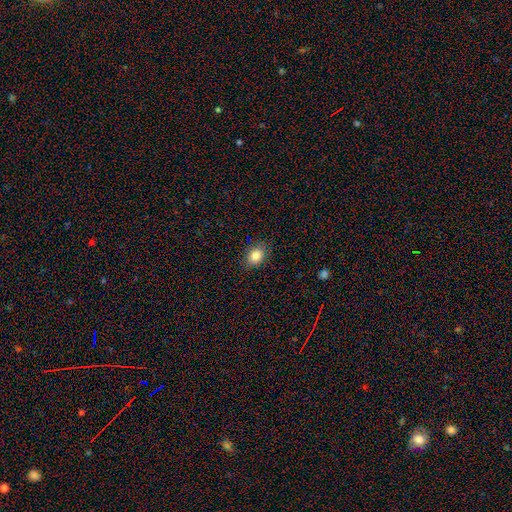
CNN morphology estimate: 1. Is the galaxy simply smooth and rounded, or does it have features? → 83% smooth, 10% star or artifact, 7% featured or disk.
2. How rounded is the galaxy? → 62% in between, 37% round, 1% cigar-shaped.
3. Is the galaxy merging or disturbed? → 85% none, 11% minor disturbance, 3% major disturbance, 1% merger.